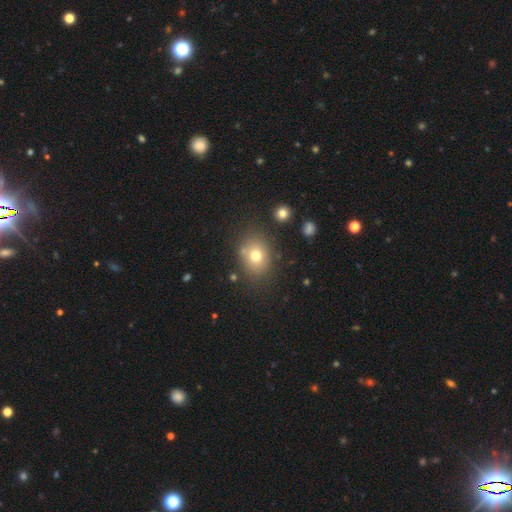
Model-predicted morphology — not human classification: This is likely a smooth galaxy (73%). How rounded: possibly round (53%). Merging: likely none (78%).